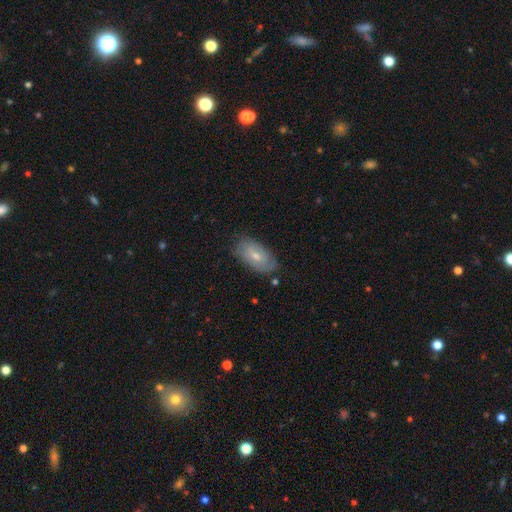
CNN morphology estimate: smooth_or_featured: smooth (p=0.59) [alt: featured or disk p=0.35]
how_rounded: in between (p=0.93) [alt: cigar-shaped p=0.04]
merging: none (p=0.78) [alt: minor disturbance p=0.17]